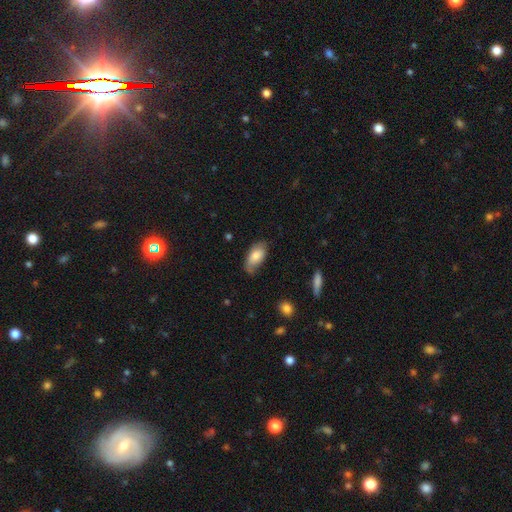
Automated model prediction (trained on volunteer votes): A smooth galaxy with no disk features (77%) that is in between round and cigar-shaped (93%).

Vote fractions:
- Smooth or featured? smooth: 77% / featured or disk: 16% / star or artifact: 7%
- How rounded? in between: 93% / cigar-shaped: 4% / round: 3%
- Merging? none: 59% / minor disturbance: 32% / major disturbance: 8% / merger: 2%